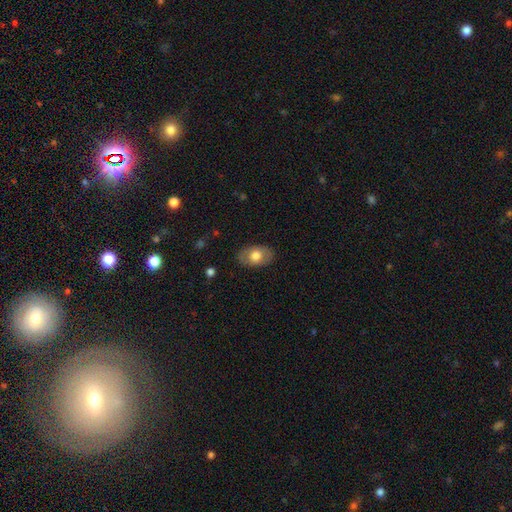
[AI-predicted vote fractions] smooth 65%, featured or disk 28%, star or artifact 6%. Down the decision tree: how rounded — in between (85%); merging — none (84%).